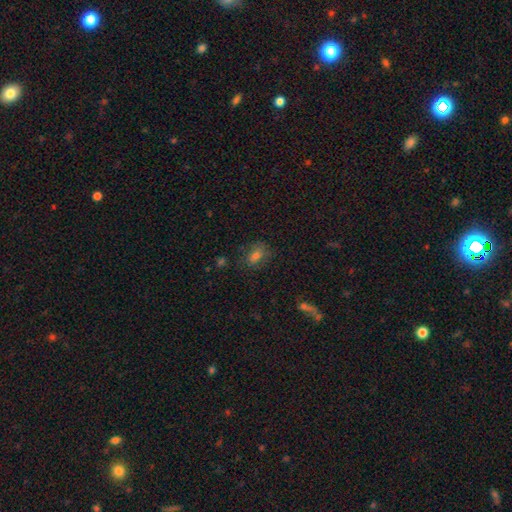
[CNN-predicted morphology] The model was most divided on "how rounded": in between: 71%, round: 26%, cigar-shaped: 3%. More confident: merging — none (72%); smooth or featured — smooth (67%).